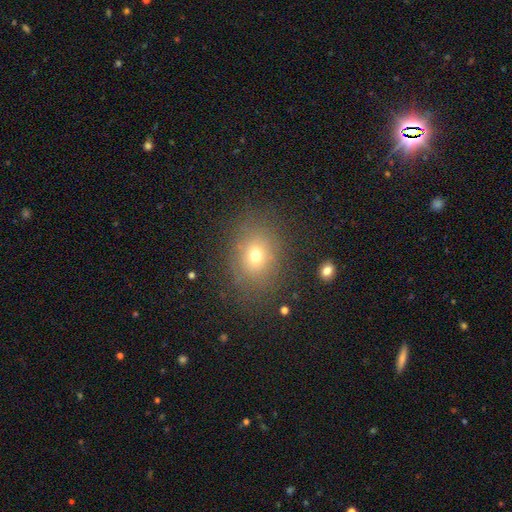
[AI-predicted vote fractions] smooth 67%, star or artifact 17%, featured or disk 15%. Down the decision tree: how rounded — in between (55%); merging — none (79%).